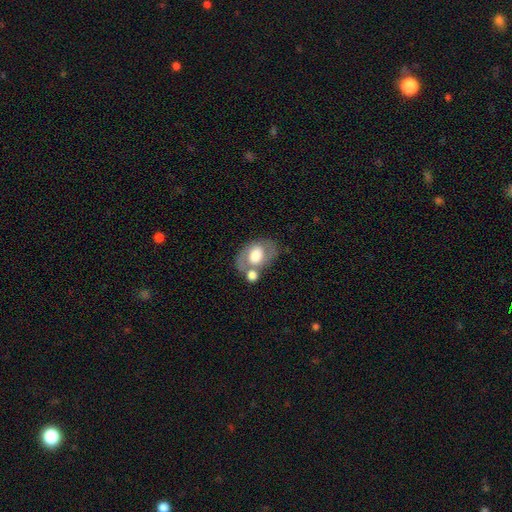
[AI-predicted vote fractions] Q: Smooth or featured?
A: featured or disk (48%); runner-up: smooth (45%)
Q: Merging?
A: none (48%); runner-up: merger (27%)